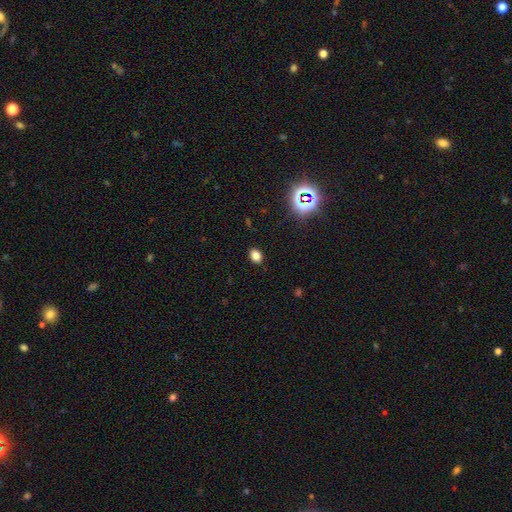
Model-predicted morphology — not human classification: Q: Smooth or featured?
A: smooth (80%); runner-up: star or artifact (16%)
Q: How rounded?
A: in between (66%); runner-up: round (33%)
Q: Merging?
A: none (88%); runner-up: minor disturbance (9%)